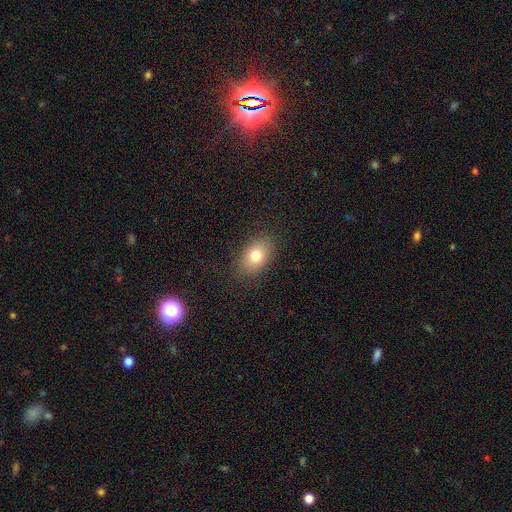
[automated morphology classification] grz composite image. It shows a smooth galaxy with no disk features (78%) that is in between round and cigar-shaped (85%). Merging: none (85%).